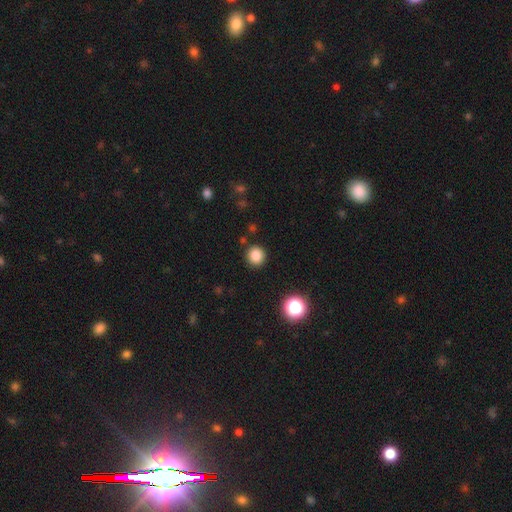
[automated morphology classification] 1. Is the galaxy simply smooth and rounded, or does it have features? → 84% smooth, 12% star or artifact, 4% featured or disk.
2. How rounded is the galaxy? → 92% round, 7% in between, 1% cigar-shaped.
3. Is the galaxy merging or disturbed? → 89% none, 6% minor disturbance, 2% major disturbance, 2% merger.